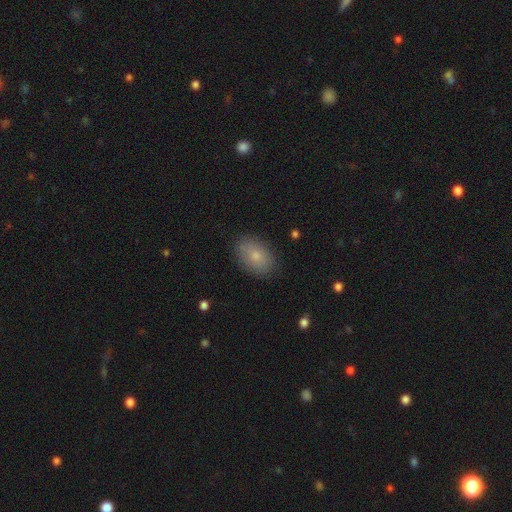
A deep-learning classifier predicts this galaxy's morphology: Smooth or featured?
  - smooth: 79% *
  - featured or disk: 13%
  - star or artifact: 8%
How rounded?
  - in between: 87% *
  - round: 12%
  - cigar-shaped: 1%
Merging?
  - none: 86% *
  - minor disturbance: 11%
  - major disturbance: 3%
  - merger: 1%